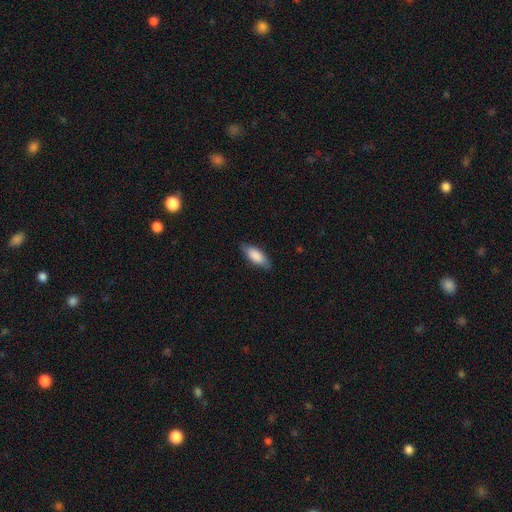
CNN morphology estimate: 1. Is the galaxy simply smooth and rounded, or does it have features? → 83% smooth, 11% featured or disk, 6% star or artifact.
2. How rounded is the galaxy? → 79% in between, 19% cigar-shaped, 2% round.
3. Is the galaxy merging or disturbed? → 79% none, 16% minor disturbance, 3% major disturbance, 1% merger.